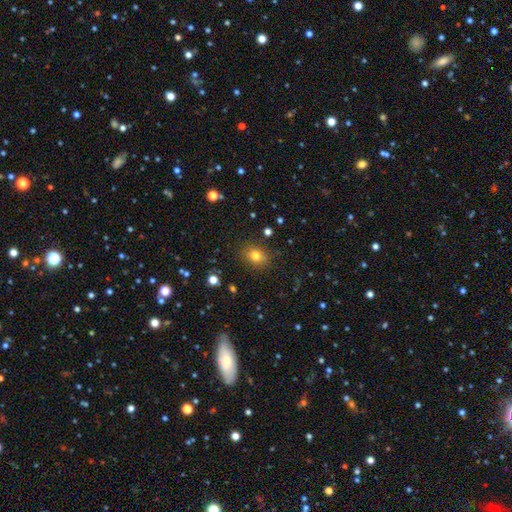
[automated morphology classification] smooth-or-featured: smooth: 77% | star or artifact: 16% | featured or disk: 8%
  how-rounded: round: 64% | in between: 35% | cigar-shaped: 1%
  merging: none: 86% | minor disturbance: 9% | major disturbance: 3% | merger: 2%